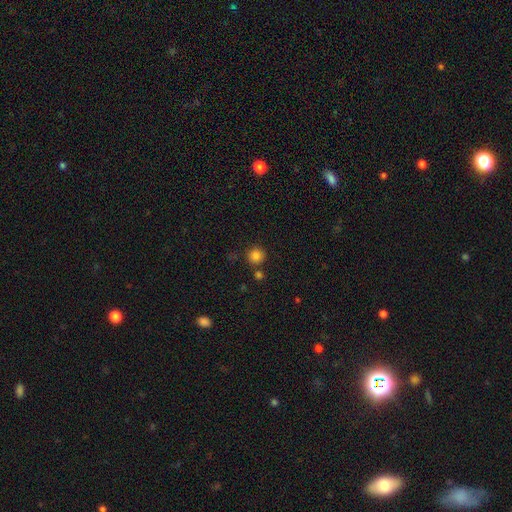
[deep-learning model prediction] This is clearly a smooth galaxy (83%). How rounded: clearly round (93%). Merging: clearly none (80%).